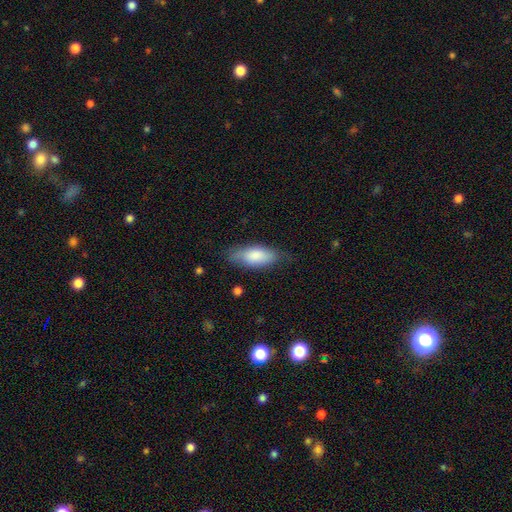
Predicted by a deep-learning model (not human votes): Morphology: type=smooth (81%); roundness=in between (82%); merging=none (68%).